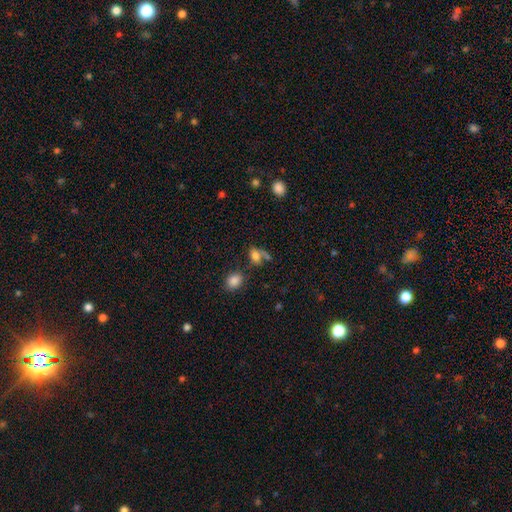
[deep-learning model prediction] Smooth or featured? smooth (72%)
How rounded? in between (75%)
Merging? none (39%)